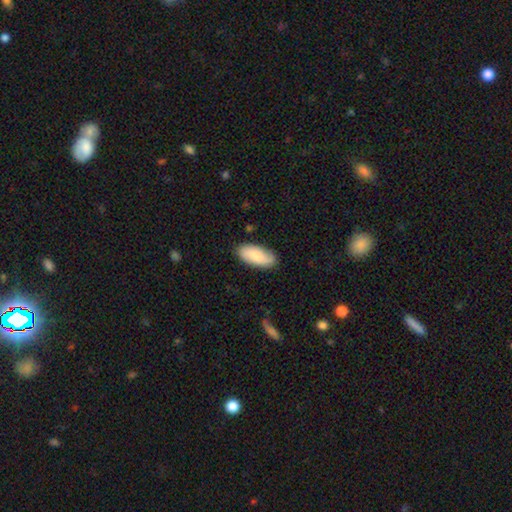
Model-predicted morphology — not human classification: Smooth or featured? Predicted: smooth (p=0.78). How rounded? Predicted: in between (p=0.90). Merging? Predicted: none (p=0.83).